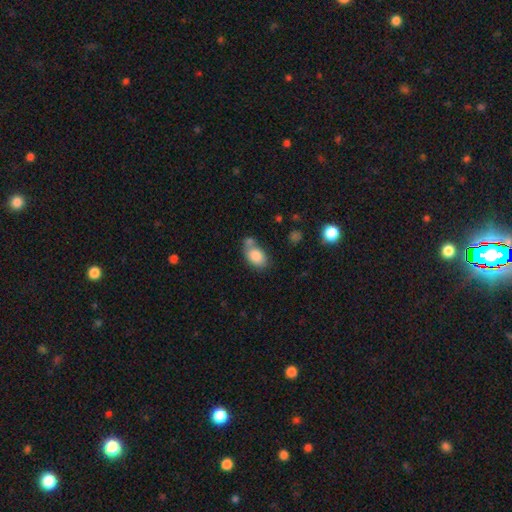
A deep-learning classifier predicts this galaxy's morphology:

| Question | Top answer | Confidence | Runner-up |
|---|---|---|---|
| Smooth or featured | smooth | 83% | featured or disk (9%) |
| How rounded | in between | 83% | round (15%) |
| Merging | none | 49% | merger (28%) |